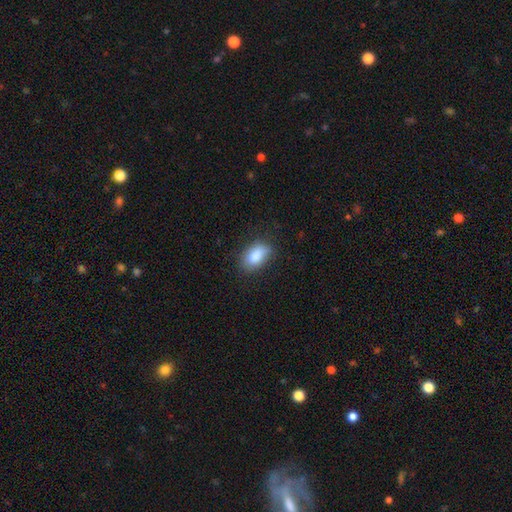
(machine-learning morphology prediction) Q: Smooth or featured?
A: smooth (86%); runner-up: star or artifact (7%)
Q: How rounded?
A: in between (90%); runner-up: round (7%)
Q: Merging?
A: none (75%); runner-up: minor disturbance (20%)